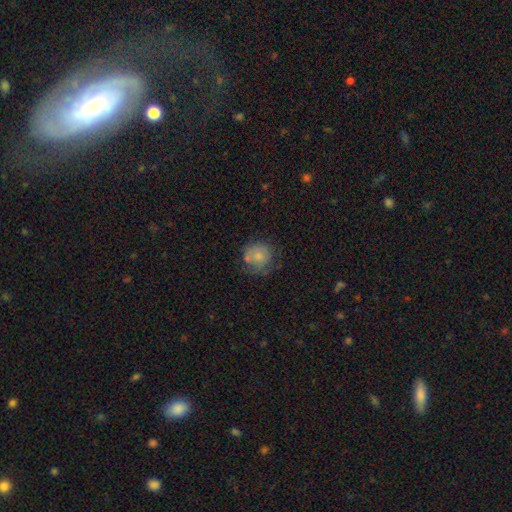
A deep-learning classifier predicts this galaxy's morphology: Q: Smooth or featured?
A: smooth (72%); runner-up: featured or disk (19%)
Q: How rounded?
A: round (88%); runner-up: in between (11%)
Q: Merging?
A: none (59%); runner-up: minor disturbance (23%)